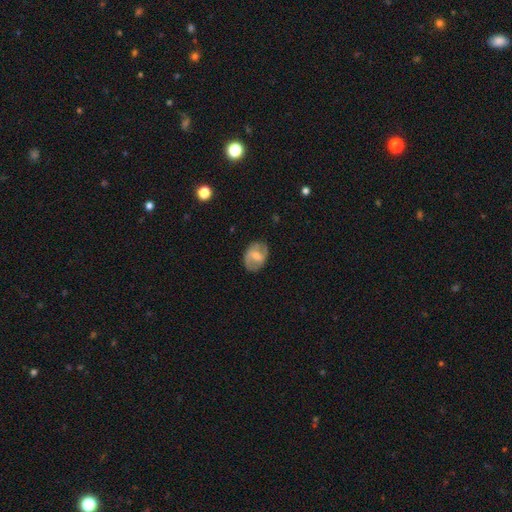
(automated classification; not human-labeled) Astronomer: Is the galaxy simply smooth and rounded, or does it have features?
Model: featured or disk — 53% (runner-up: smooth, 40%).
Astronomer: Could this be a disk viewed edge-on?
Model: no — 95%.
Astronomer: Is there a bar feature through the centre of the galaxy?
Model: weak — 46% (runner-up: strong, 30%).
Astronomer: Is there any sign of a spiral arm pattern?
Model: yes — 62% (runner-up: no, 38%).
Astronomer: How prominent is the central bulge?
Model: moderate — 51% (runner-up: small, 36%).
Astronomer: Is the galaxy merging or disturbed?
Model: none — 75%.